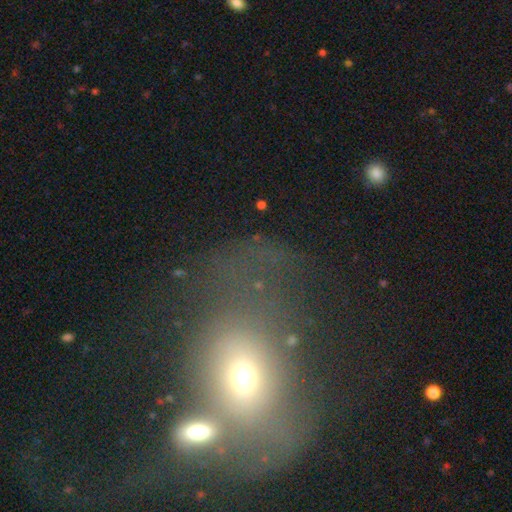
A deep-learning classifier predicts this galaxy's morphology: smooth 49%, star or artifact 26%, featured or disk 25%. Down the decision tree: merging — merger (31%).